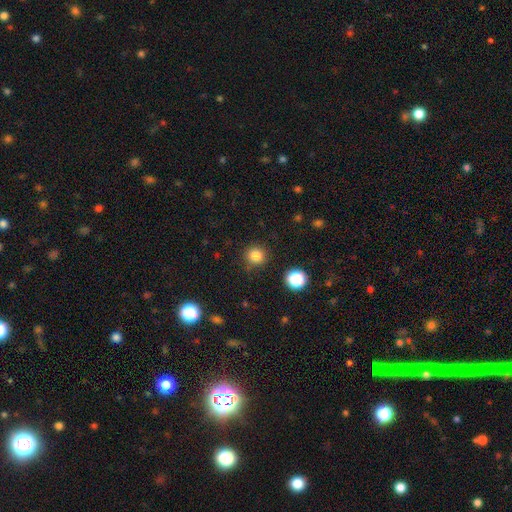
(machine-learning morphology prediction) smooth 83%, star or artifact 13%, featured or disk 4%. Down the decision tree: how rounded — round (92%); merging — none (88%).